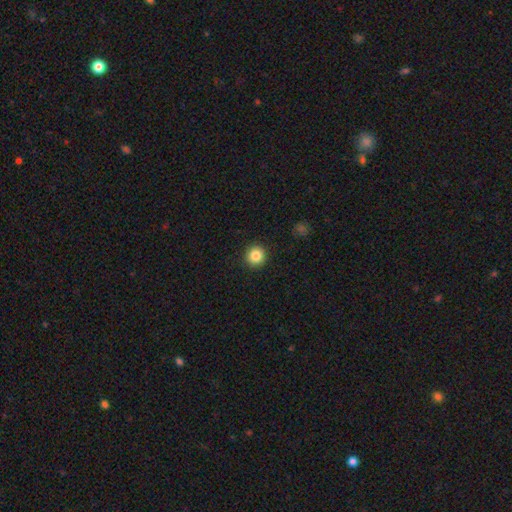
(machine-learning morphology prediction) type=smooth (85%); roundness=round (94%); merging=none (93%).